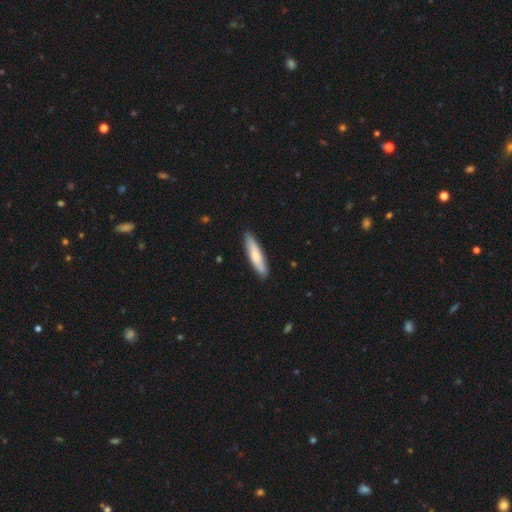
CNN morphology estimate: smooth_or_featured: smooth (p=0.74) [alt: featured or disk p=0.21]
how_rounded: cigar-shaped (p=0.81) [alt: in between p=0.18]
merging: none (p=0.88) [alt: minor disturbance p=0.09]